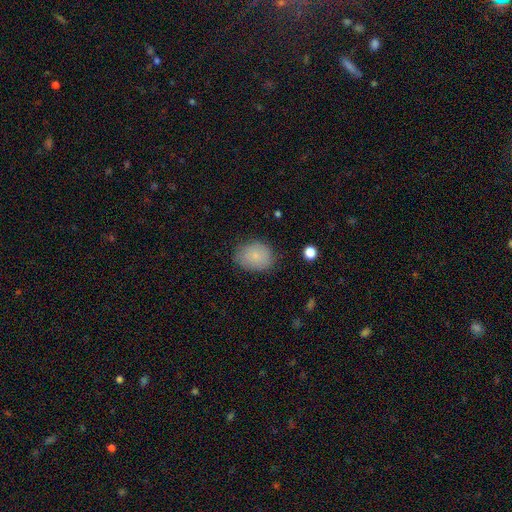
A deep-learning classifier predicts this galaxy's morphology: This is likely a smooth galaxy (80%). How rounded: possibly in between (58%). Merging: likely none (74%).